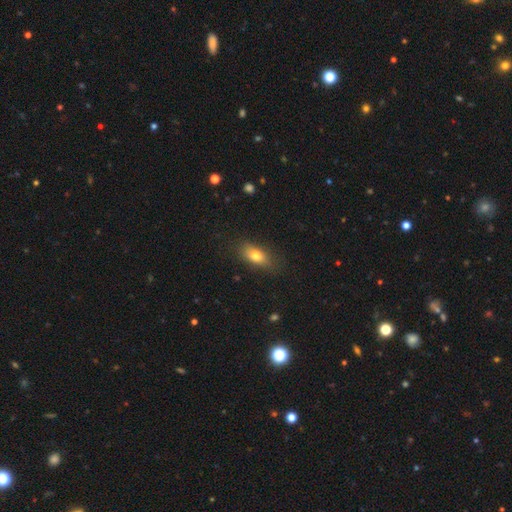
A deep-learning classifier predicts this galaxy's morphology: Smooth or featured?
  - smooth: 77% *
  - featured or disk: 15%
  - star or artifact: 9%
How rounded?
  - in between: 80% *
  - cigar-shaped: 11%
  - round: 9%
Merging?
  - none: 78% *
  - minor disturbance: 16%
  - major disturbance: 5%
  - merger: 1%